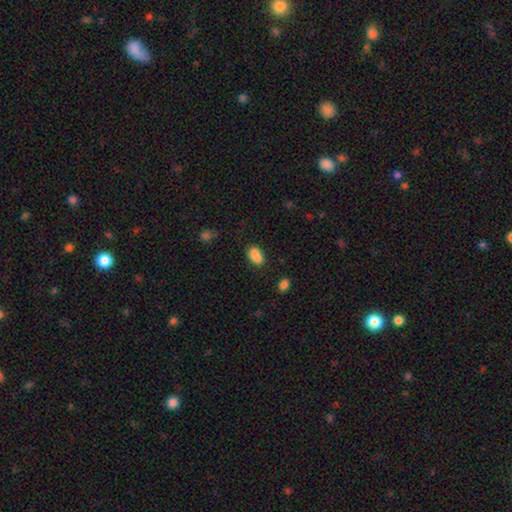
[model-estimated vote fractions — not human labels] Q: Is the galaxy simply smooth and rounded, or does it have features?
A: smooth — 80%.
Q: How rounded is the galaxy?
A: in between — 81%.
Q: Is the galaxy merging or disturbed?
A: none — 44%.